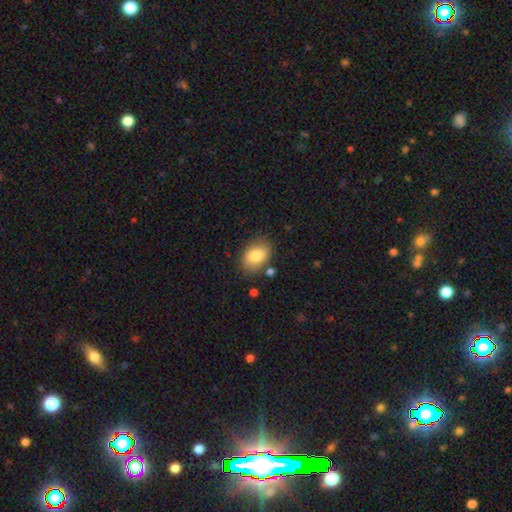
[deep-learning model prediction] Smooth or featured? smooth (80%)
How rounded? in between (84%)
Merging? none (77%)